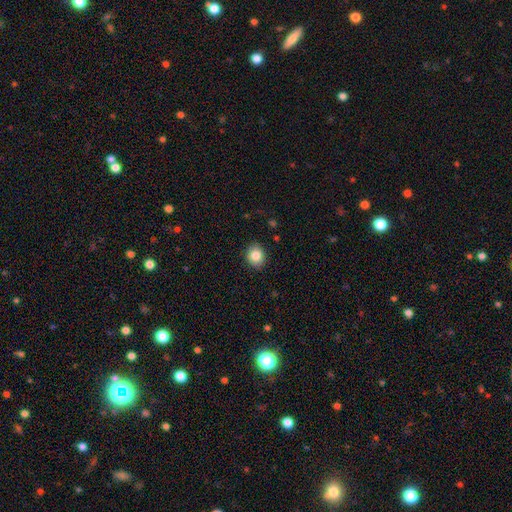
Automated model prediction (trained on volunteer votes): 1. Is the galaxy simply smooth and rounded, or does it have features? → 84% smooth, 9% star or artifact, 7% featured or disk.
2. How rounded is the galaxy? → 70% round, 29% in between, 1% cigar-shaped.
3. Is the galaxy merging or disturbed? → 90% none, 7% minor disturbance, 2% major disturbance, 1% merger.